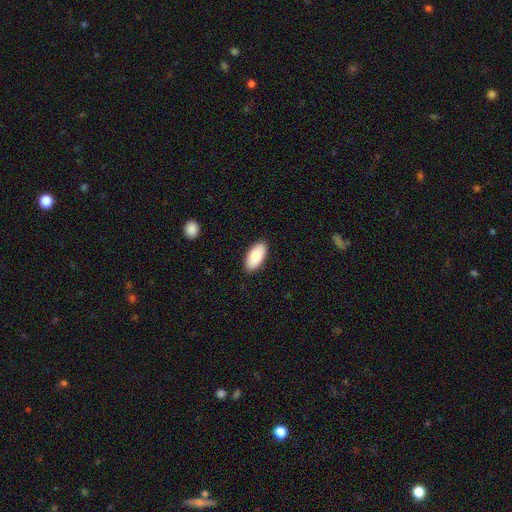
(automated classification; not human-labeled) Smooth or featured? Predicted: smooth (p=0.82). How rounded? Predicted: in between (p=0.94). Merging? Predicted: none (p=0.89).